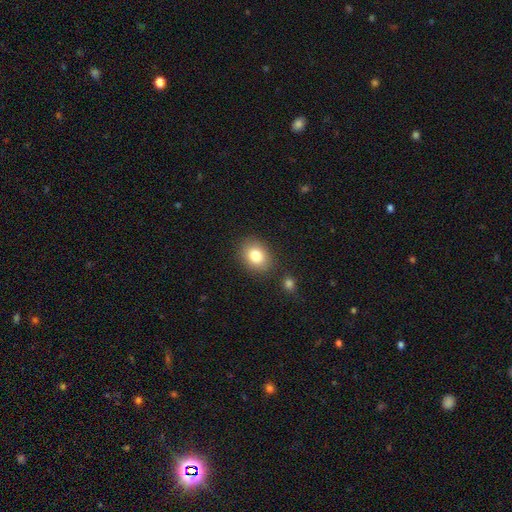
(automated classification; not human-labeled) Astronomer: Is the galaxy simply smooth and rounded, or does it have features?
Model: smooth — 81%.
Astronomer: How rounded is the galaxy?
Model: in between — 54% (runner-up: round, 45%).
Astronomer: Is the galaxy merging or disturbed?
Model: none — 83%.